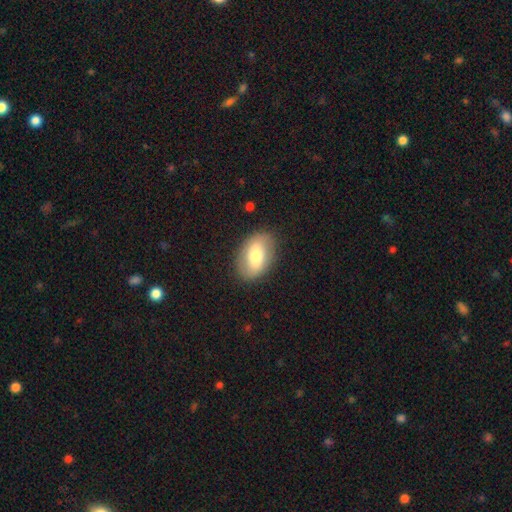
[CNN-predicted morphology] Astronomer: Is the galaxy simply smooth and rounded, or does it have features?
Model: smooth — 64%.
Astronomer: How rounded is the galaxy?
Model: in between — 87%.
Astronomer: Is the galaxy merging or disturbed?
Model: none — 84%.